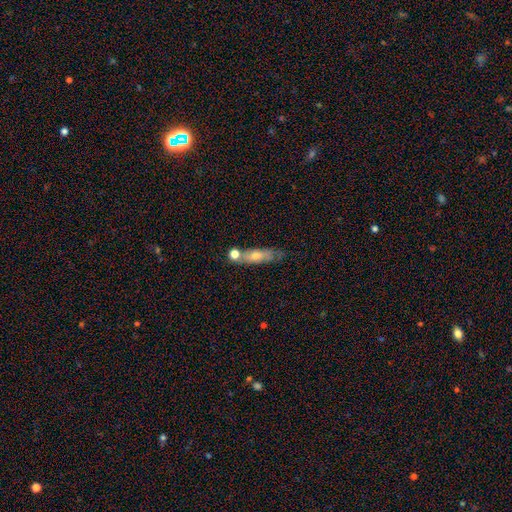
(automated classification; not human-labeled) Q: Smooth or featured?
A: smooth (51%); runner-up: featured or disk (40%)
Q: How rounded?
A: cigar-shaped (62%); runner-up: in between (33%)
Q: Merging?
A: none (58%); runner-up: minor disturbance (18%)